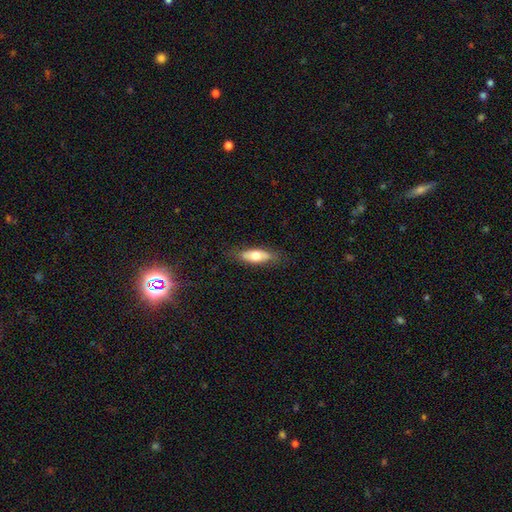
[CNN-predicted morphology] smooth_or_featured: smooth (p=0.62) [alt: featured or disk p=0.32]
how_rounded: in between (p=0.65) [alt: cigar-shaped p=0.32]
merging: none (p=0.79) [alt: minor disturbance p=0.15]